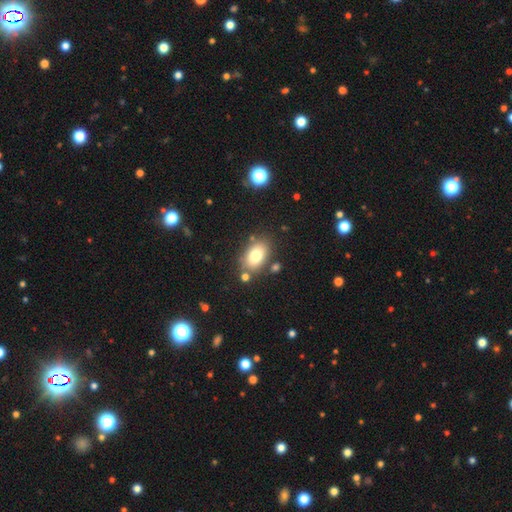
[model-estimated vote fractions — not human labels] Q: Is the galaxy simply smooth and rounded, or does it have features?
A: smooth — 78%.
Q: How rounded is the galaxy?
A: in between — 85%.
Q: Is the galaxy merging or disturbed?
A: none — 76%.